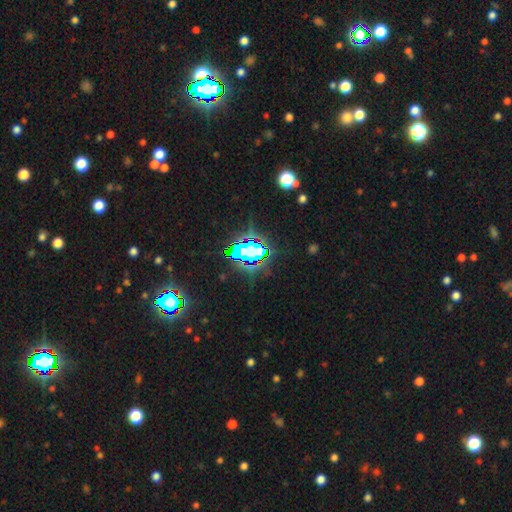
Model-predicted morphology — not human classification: smooth-or-featured: star or artifact: 65% | smooth: 19% | featured or disk: 16%